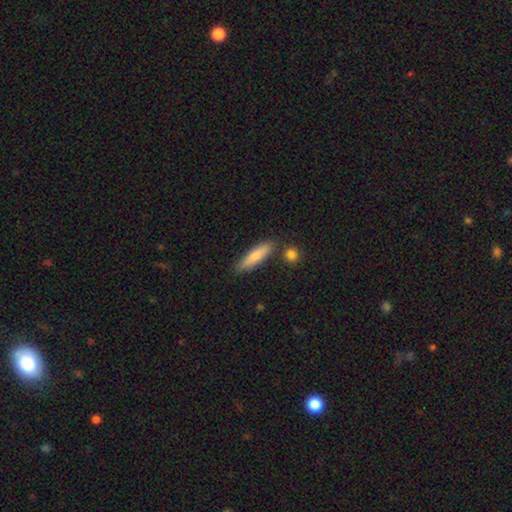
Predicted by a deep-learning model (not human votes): Smooth or featured: smooth — 75% (featured or disk — 20%)
How rounded: cigar-shaped — 72% (in between — 26%)
Merging: none — 80% (minor disturbance — 12%)